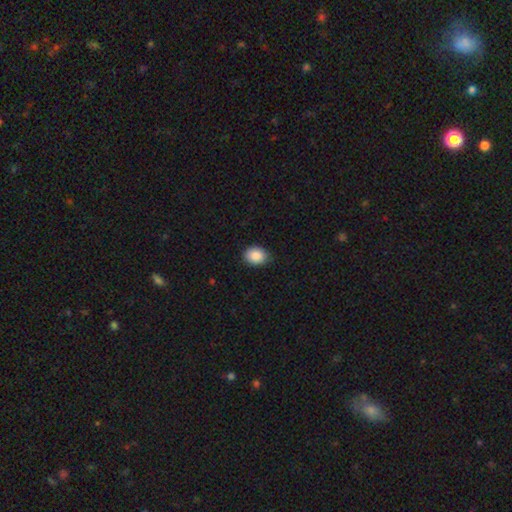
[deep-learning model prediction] The model was most divided on "how rounded": in between: 60%, round: 39%, cigar-shaped: 1%. More confident: smooth or featured — smooth (88%); merging — none (84%).